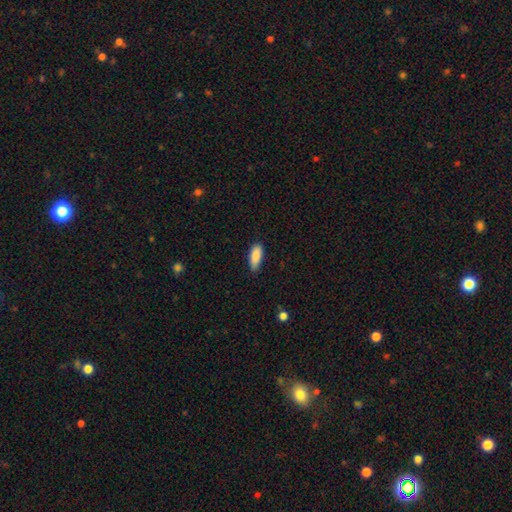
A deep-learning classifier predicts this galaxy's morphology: Smooth or featured? smooth (88%)
How rounded? in between (76%)
Merging? none (78%)